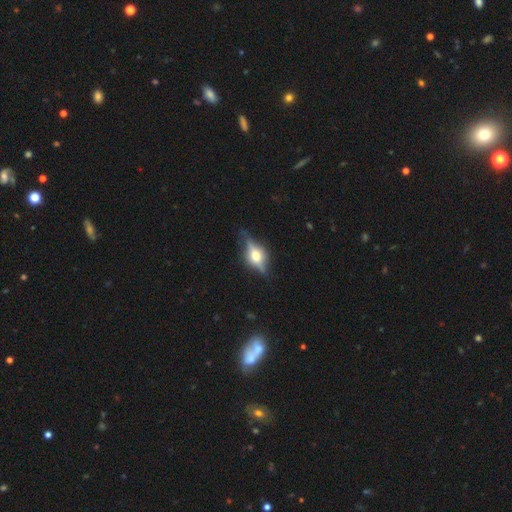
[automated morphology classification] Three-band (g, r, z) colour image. It shows a featured or disk galaxy (70%) viewed edge-on (91%) with a rounded central bulge (94%). Merging: none (76%).